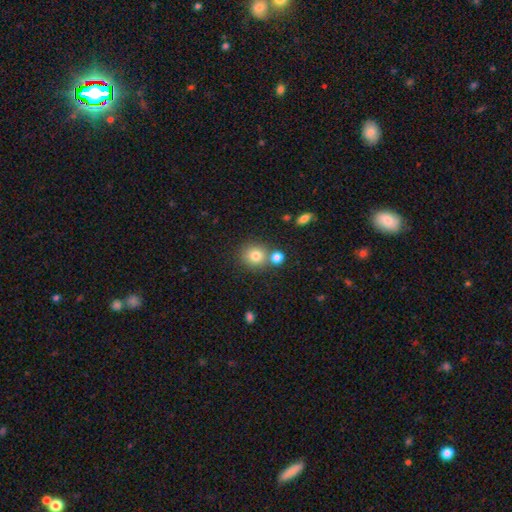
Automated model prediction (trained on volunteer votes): smooth_or_featured: smooth (p=0.80) [alt: star or artifact p=0.12]
how_rounded: round (p=0.85) [alt: in between p=0.14]
merging: none (p=0.67) [alt: merger p=0.21]